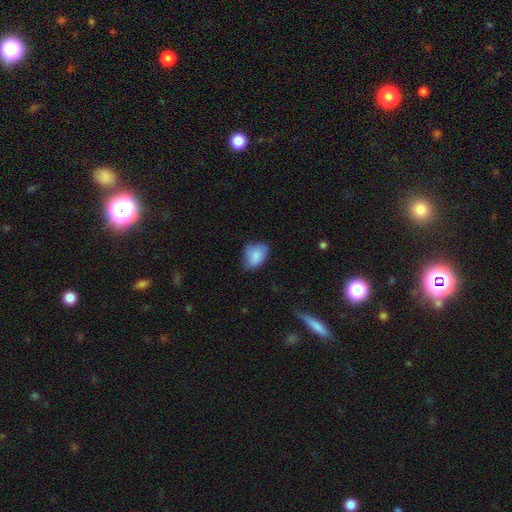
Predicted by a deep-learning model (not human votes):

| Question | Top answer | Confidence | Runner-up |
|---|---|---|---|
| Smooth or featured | smooth | 84% | featured or disk (9%) |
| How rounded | in between | 74% | round (25%) |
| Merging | none | 63% | minor disturbance (30%) |